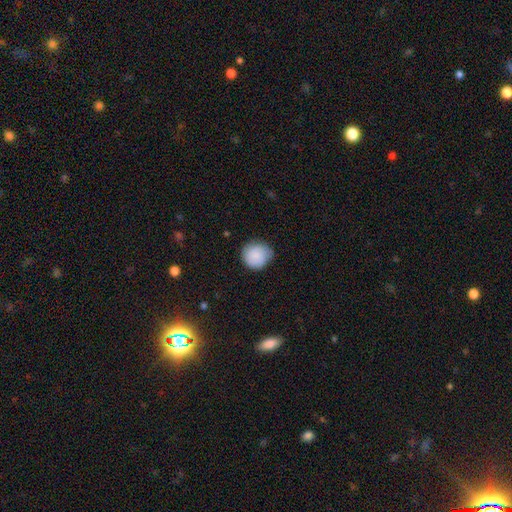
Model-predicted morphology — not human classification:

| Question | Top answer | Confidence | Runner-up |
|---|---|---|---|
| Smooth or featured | smooth | 86% | featured or disk (8%) |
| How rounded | round | 89% | in between (10%) |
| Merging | none | 74% | minor disturbance (21%) |